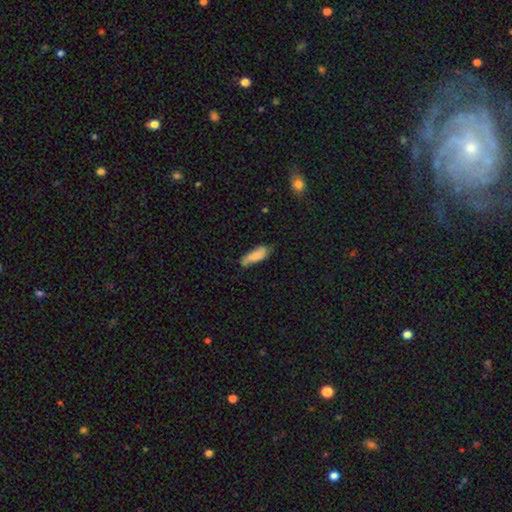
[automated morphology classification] smooth 78%, featured or disk 15%, star or artifact 7%. Down the decision tree: how rounded — in between (58%); merging — none (54%).